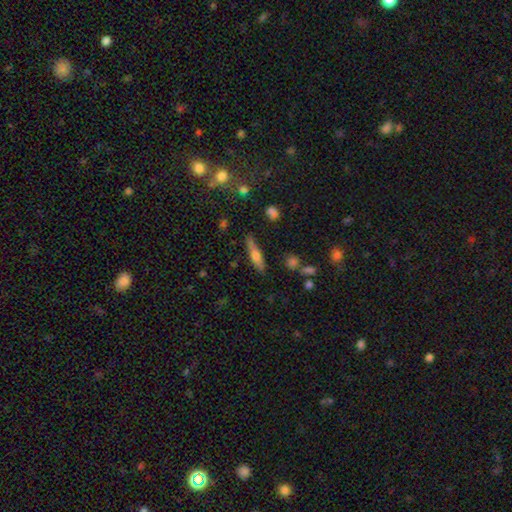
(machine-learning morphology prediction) The model was most divided on "smooth or featured": smooth: 55%, featured or disk: 37%, star or artifact: 8%. More confident: merging — none (81%); how rounded — cigar-shaped (76%).